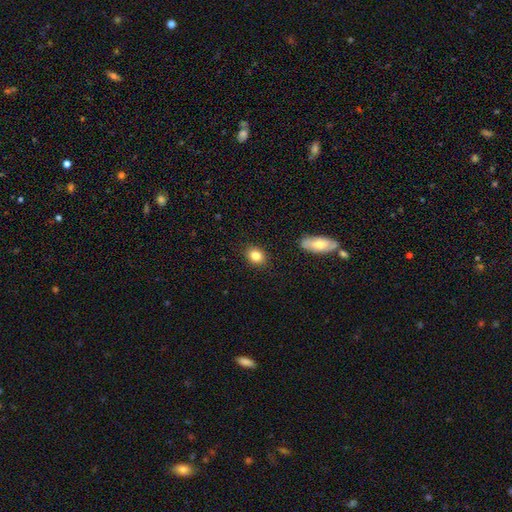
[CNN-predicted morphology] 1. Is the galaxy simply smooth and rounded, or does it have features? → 83% smooth, 9% star or artifact, 7% featured or disk.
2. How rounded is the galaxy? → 51% round, 48% in between, 1% cigar-shaped.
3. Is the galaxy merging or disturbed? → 89% none, 8% minor disturbance, 2% major disturbance, 1% merger.